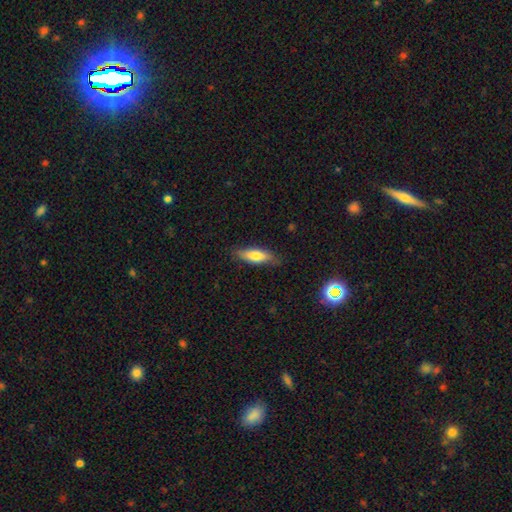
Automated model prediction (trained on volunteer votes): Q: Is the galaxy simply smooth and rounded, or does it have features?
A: smooth — 70%.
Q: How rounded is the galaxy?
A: in between — 52%.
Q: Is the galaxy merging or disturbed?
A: none — 80%.